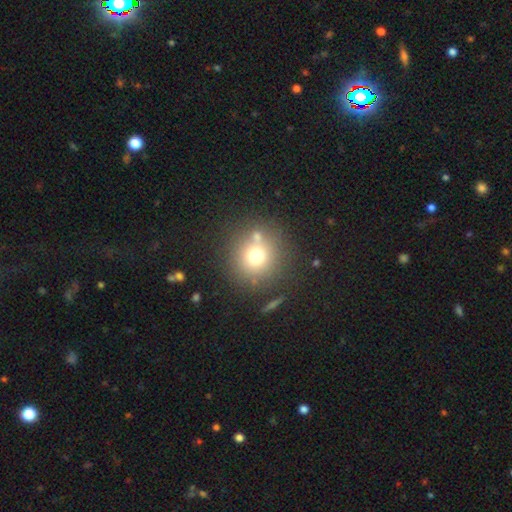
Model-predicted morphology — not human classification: A smooth galaxy with no disk features (69%) that is round (91%).

Vote fractions:
- Smooth or featured? smooth: 69% / star or artifact: 17% / featured or disk: 14%
- How rounded? round: 91% / in between: 8% / cigar-shaped: 1%
- Merging? none: 75% / merger: 11% / minor disturbance: 9% / major disturbance: 4%